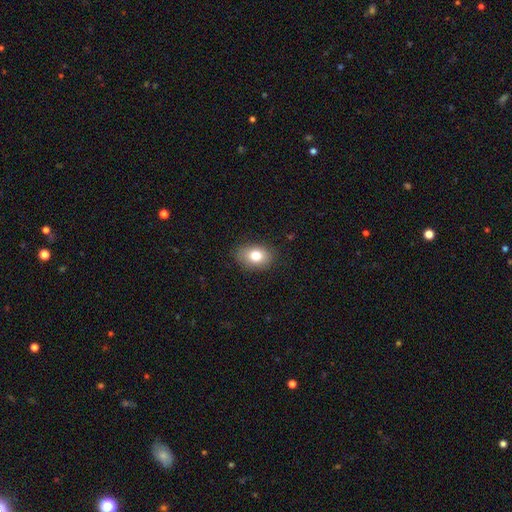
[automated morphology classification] A smooth galaxy with no disk features (79%) that is in between round and cigar-shaped (76%). Merging: none (85%).